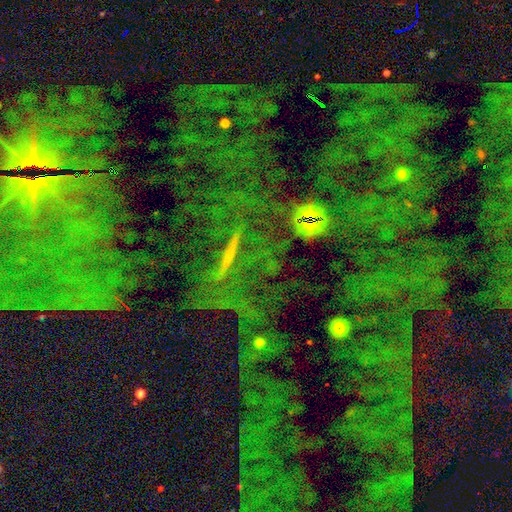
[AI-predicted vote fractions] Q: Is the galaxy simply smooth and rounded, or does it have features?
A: star or artifact — 81%.